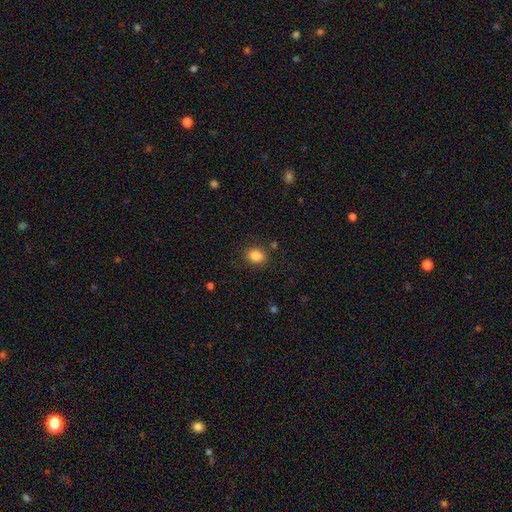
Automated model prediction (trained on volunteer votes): This is clearly a smooth galaxy (85%). How rounded: possibly in between (51%). Merging: clearly none (85%).